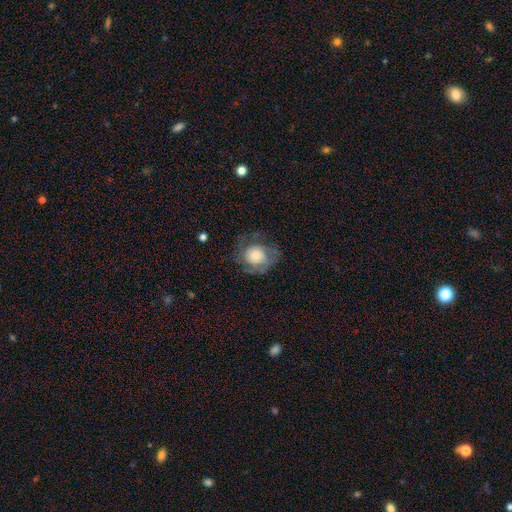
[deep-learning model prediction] smooth_or_featured: smooth (p=0.52) [alt: featured or disk p=0.39]
how_rounded: round (p=0.78) [alt: in between p=0.21]
merging: none (p=0.58) [alt: minor disturbance p=0.22]